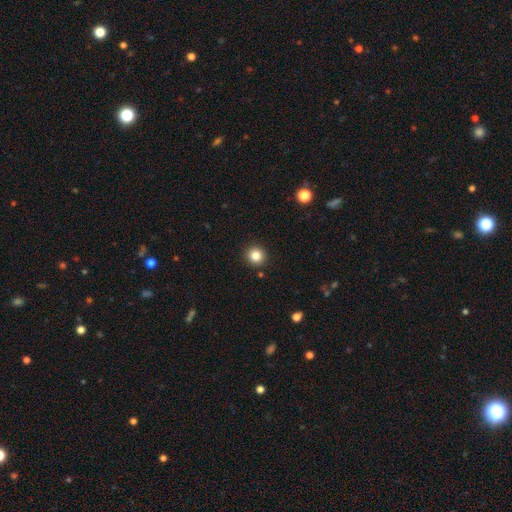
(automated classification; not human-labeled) Morphology: type=smooth (84%); roundness=round (94%); merging=none (92%).